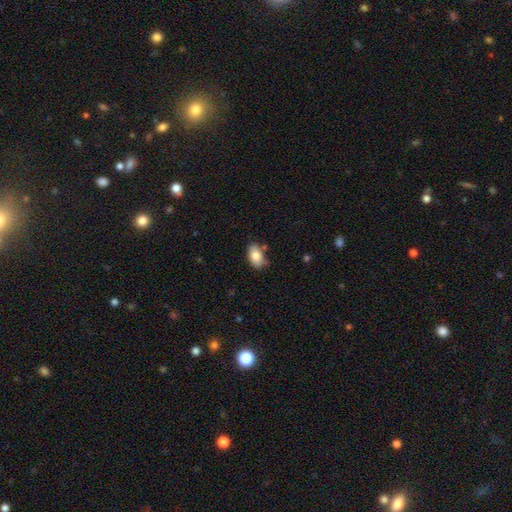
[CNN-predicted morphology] This is clearly a smooth galaxy (83%). How rounded: clearly in between (91%). Merging: likely none (74%).